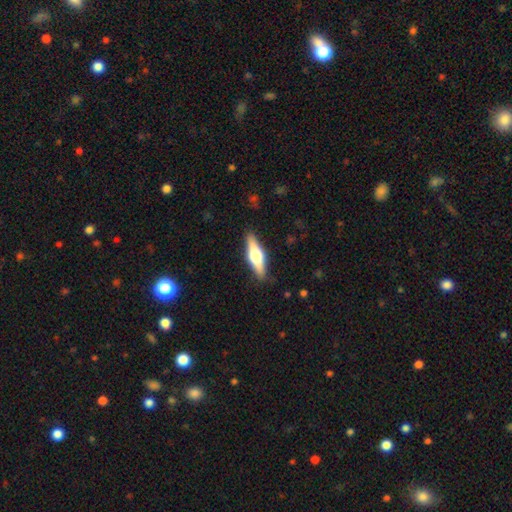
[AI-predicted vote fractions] Smooth or featured? featured or disk (55%)
Edge-on disk? yes (94%)
Edge-on bulge? rounded (93%)
Merging? none (88%)